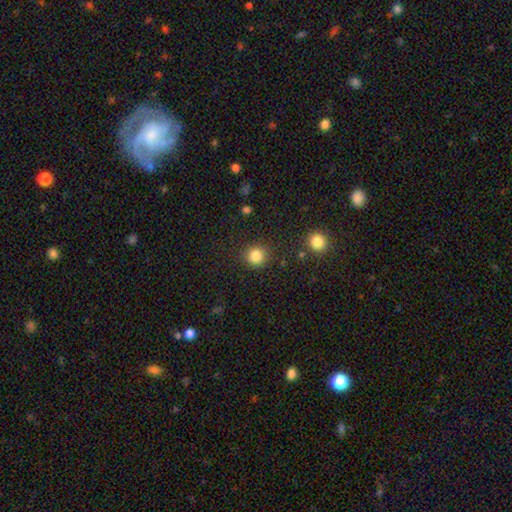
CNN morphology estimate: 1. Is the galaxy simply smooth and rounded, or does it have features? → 85% smooth, 11% star or artifact, 4% featured or disk.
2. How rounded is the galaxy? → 92% round, 7% in between, 1% cigar-shaped.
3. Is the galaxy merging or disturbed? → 88% none, 7% minor disturbance, 3% major disturbance, 2% merger.